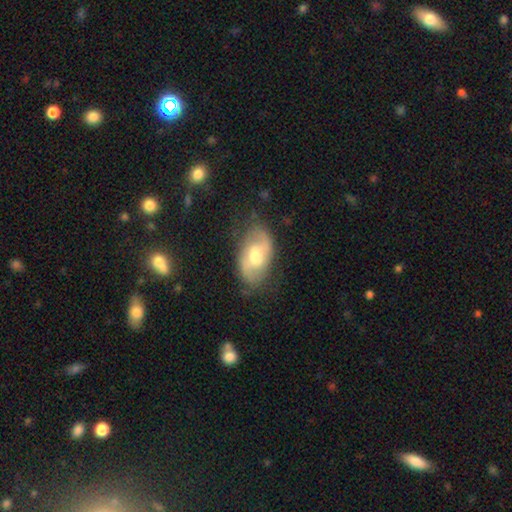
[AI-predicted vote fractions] Smooth or featured? featured or disk (57%)
Edge-on disk? no (93%)
Bar? weak (48%)
Spiral arms? yes (66%)
Bulge size? moderate (69%)
Merging? none (72%)